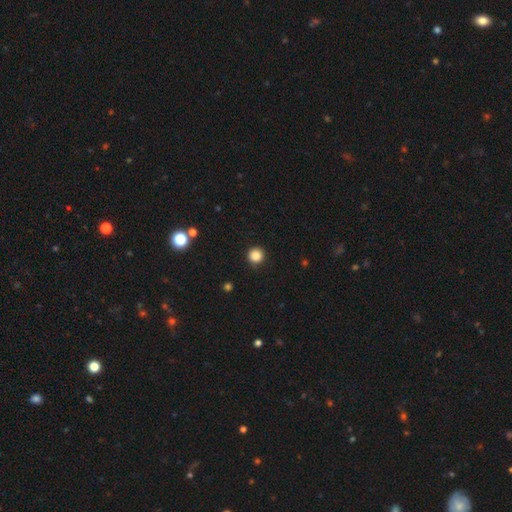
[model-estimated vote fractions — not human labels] smooth_or_featured: smooth (p=0.86) [alt: star or artifact p=0.11]
how_rounded: round (p=0.96) [alt: in between p=0.03]
merging: none (p=0.91) [alt: minor disturbance p=0.06]